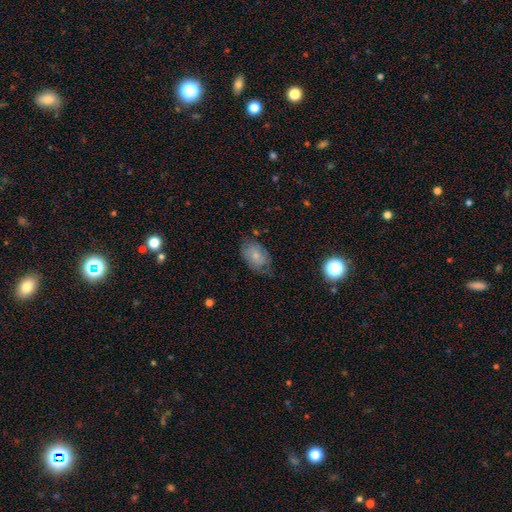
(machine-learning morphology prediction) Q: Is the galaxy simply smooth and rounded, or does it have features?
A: smooth — 65%.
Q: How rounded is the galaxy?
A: in between — 83%.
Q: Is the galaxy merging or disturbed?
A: none — 59%.